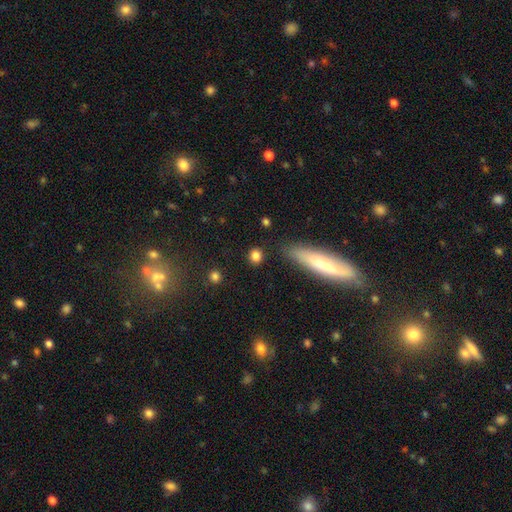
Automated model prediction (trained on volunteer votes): Smooth or featured? smooth (84%)
How rounded? round (73%)
Merging? none (86%)